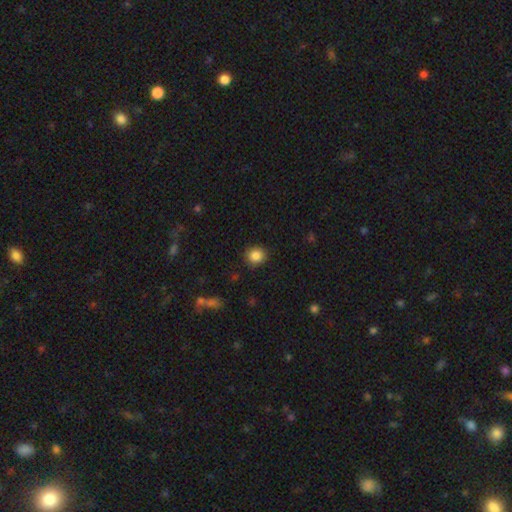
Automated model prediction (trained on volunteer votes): smooth_or_featured: smooth (p=0.85) [alt: star or artifact p=0.10]
how_rounded: round (p=0.87) [alt: in between p=0.12]
merging: none (p=0.90) [alt: minor disturbance p=0.07]